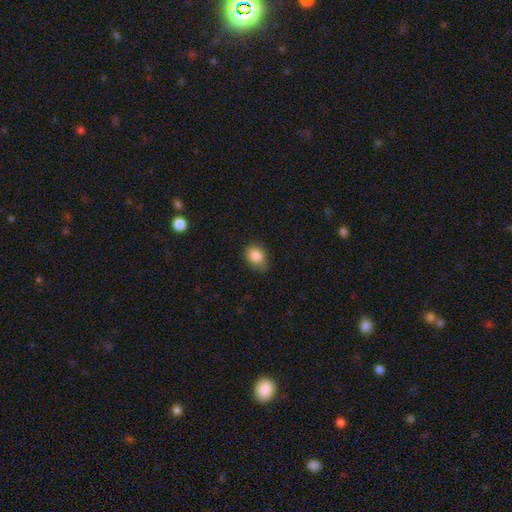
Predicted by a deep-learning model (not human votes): A smooth galaxy with no disk features (86%) that is in between round and cigar-shaped (68%). Merging: none (73%).